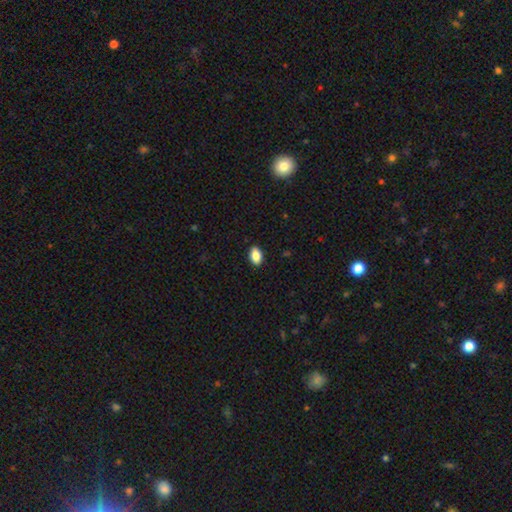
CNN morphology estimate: The model was most divided on "how rounded": in between: 88%, round: 10%, cigar-shaped: 2%. More confident: merging — none (90%); smooth or featured — smooth (86%).